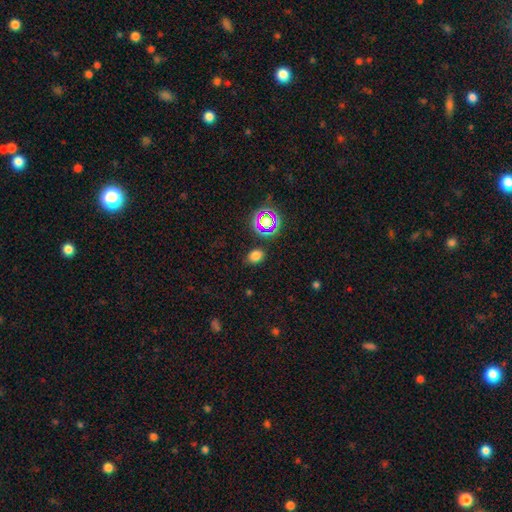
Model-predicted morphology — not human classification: smooth_or_featured: smooth (p=0.72) [alt: star or artifact p=0.22]
how_rounded: in between (p=0.55) [alt: round p=0.44]
merging: none (p=0.84) [alt: minor disturbance p=0.10]